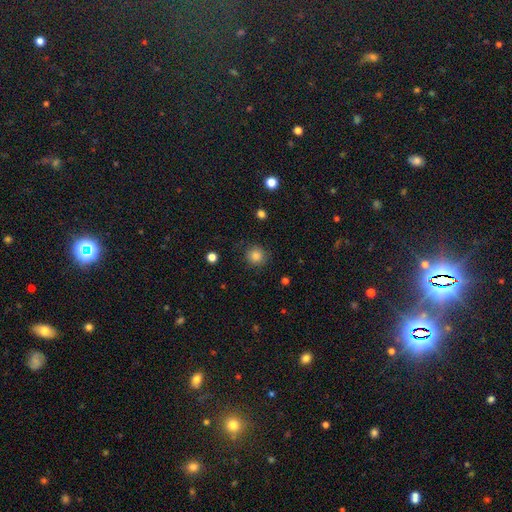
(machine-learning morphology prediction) Smooth or featured? smooth (84%)
How rounded? round (93%)
Merging? none (87%)